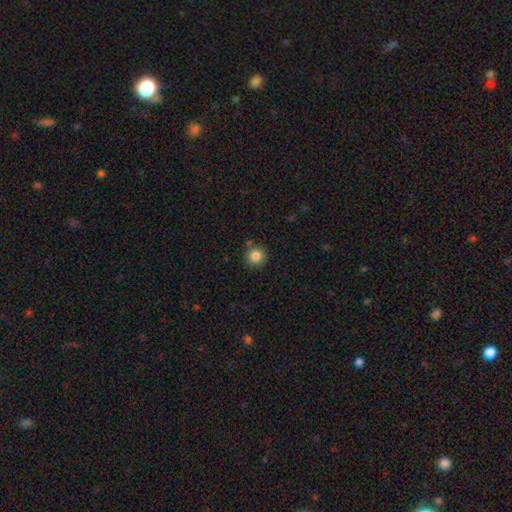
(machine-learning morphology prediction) A smooth galaxy with no disk features (85%) that is round (93%).

Vote fractions:
- Smooth or featured? smooth: 85% / star or artifact: 10% / featured or disk: 5%
- How rounded? round: 93% / in between: 6% / cigar-shaped: 1%
- Merging? none: 83% / minor disturbance: 9% / merger: 6% / major disturbance: 3%